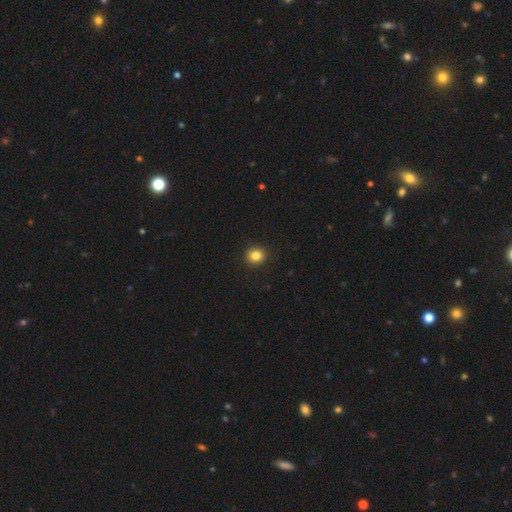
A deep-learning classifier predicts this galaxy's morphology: smooth 84%, star or artifact 11%, featured or disk 5%. Down the decision tree: how rounded — round (86%); merging — none (92%).